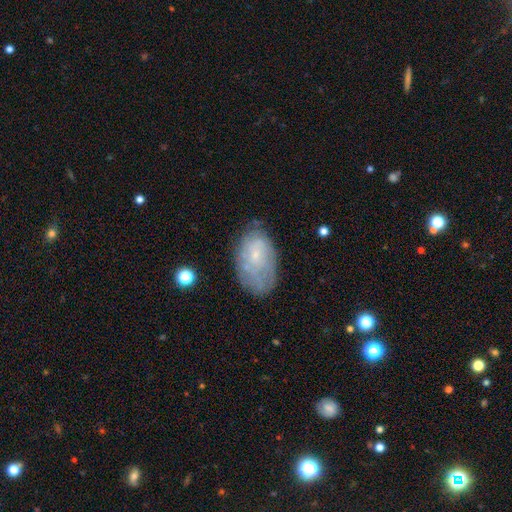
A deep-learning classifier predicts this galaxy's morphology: The model was most divided on "smooth or featured": featured or disk: 48%, smooth: 44%, star or artifact: 9%. More confident: merging — none (61%).